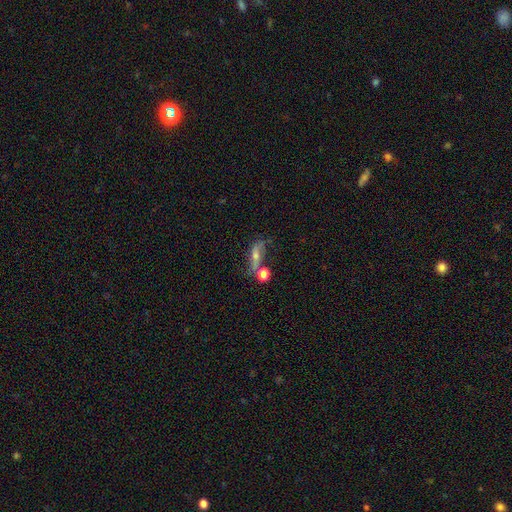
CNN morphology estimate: type=featured or disk (54%); edge-on=no (72%); merging=none (43%).